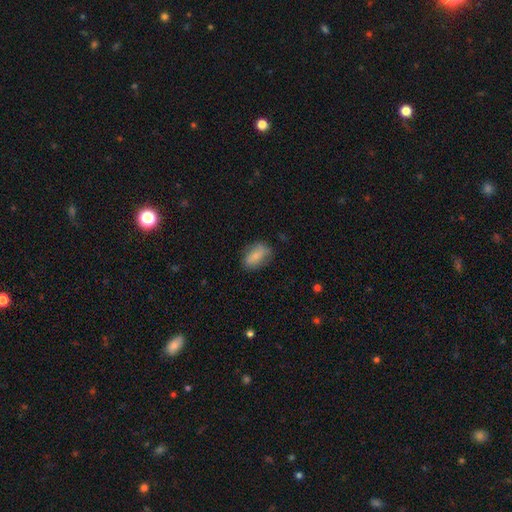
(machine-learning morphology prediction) type=smooth (79%); roundness=in between (87%); merging=none (72%).